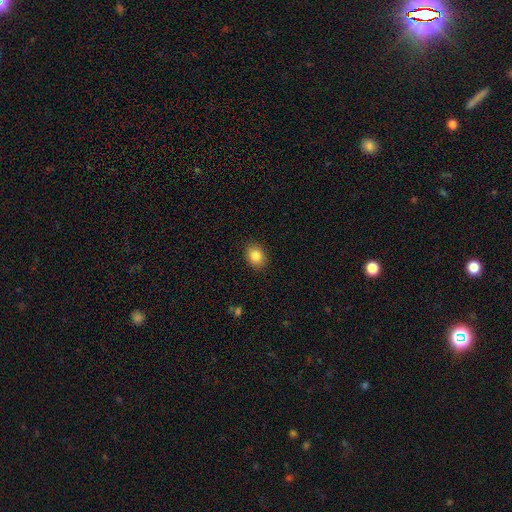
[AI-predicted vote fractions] A smooth galaxy with no disk features (85%) that is in between round and cigar-shaped (51%).

Vote fractions:
- Smooth or featured? smooth: 85% / star or artifact: 9% / featured or disk: 6%
- How rounded? in between: 51% / round: 48% / cigar-shaped: 1%
- Merging? none: 89% / minor disturbance: 8% / major disturbance: 2% / merger: 1%